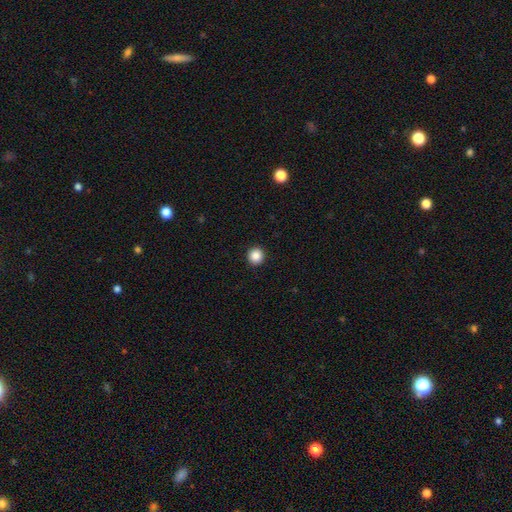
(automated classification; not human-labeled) Smooth or featured: smooth — 87% (star or artifact — 10%)
How rounded: round — 94% (in between — 5%)
Merging: none — 93% (minor disturbance — 4%)